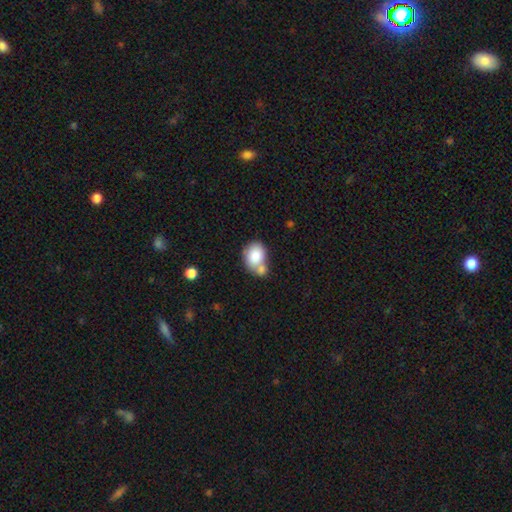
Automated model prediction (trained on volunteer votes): A smooth galaxy with no disk features (80%) that is in between round and cigar-shaped (58%).

Vote fractions:
- Smooth or featured? smooth: 80% / featured or disk: 12% / star or artifact: 8%
- How rounded? in between: 58% / round: 41% / cigar-shaped: 1%
- Merging? merger: 44% / none: 37% / minor disturbance: 14% / major disturbance: 5%